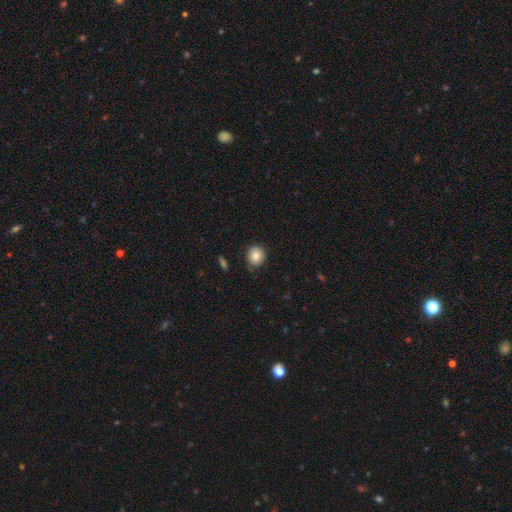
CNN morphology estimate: Smooth or featured?
  - smooth: 81% *
  - featured or disk: 10%
  - star or artifact: 9%
How rounded?
  - round: 85% *
  - in between: 14%
  - cigar-shaped: 1%
Merging?
  - none: 82% *
  - minor disturbance: 14%
  - major disturbance: 3%
  - merger: 2%